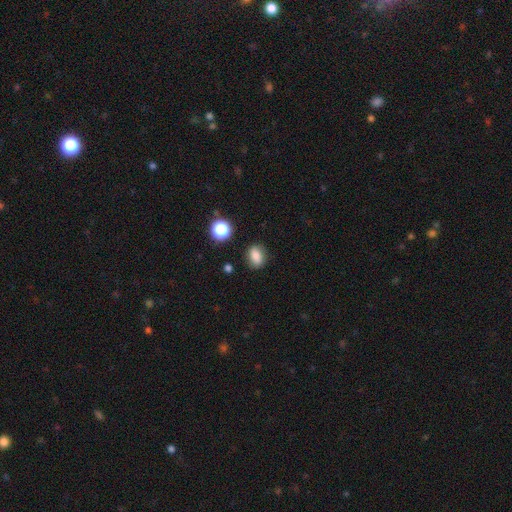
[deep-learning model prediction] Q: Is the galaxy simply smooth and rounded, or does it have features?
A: smooth — 81%.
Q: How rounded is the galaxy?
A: in between — 68%.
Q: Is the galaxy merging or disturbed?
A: none — 82%.